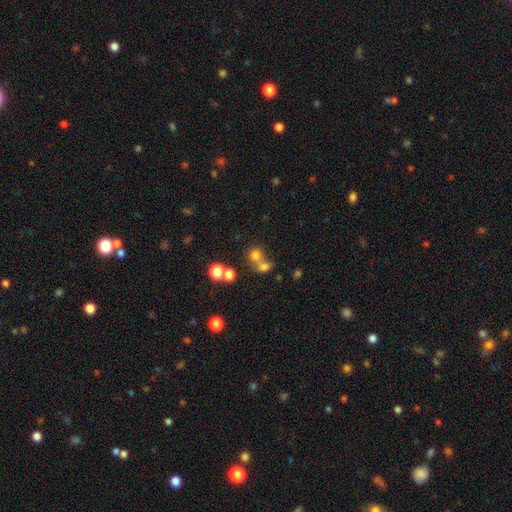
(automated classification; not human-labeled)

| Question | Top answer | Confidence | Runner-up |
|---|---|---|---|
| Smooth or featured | smooth | 70% | star or artifact (19%) |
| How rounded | round | 83% | in between (16%) |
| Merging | merger | 45% | none (44%) |